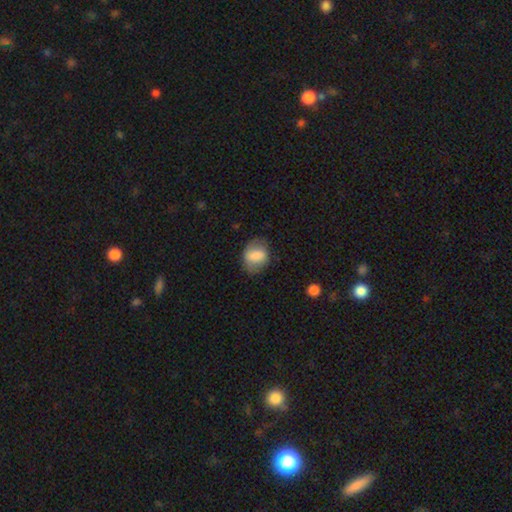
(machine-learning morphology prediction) type=smooth (77%); roundness=in between (63%); merging=none (69%).